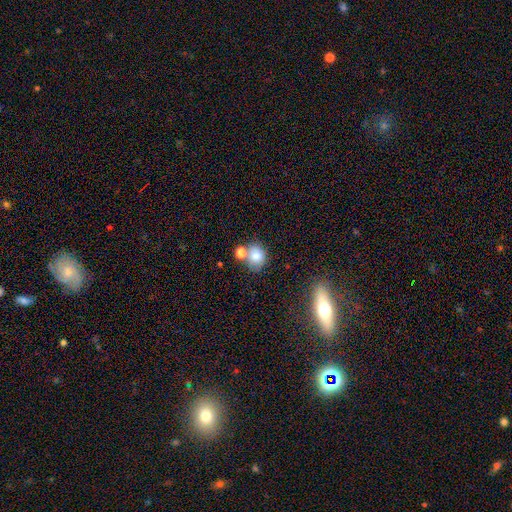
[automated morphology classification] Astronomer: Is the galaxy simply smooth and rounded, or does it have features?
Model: smooth — 77%.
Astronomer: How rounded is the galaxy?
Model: round — 54% (runner-up: in between, 44%).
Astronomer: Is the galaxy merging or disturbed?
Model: none — 48% (runner-up: merger, 32%).